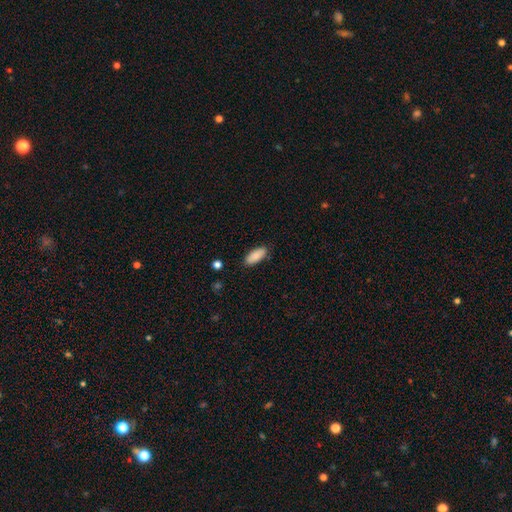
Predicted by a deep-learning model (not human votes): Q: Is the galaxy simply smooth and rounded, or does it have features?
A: smooth — 87%.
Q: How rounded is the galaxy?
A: in between — 82%.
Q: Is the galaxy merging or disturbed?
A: none — 86%.